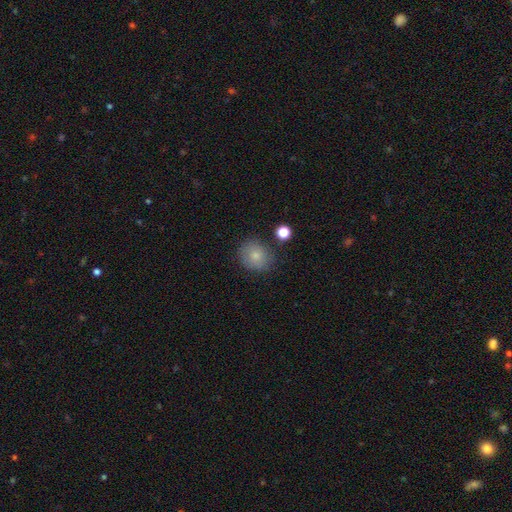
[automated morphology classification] This appears to be a smooth galaxy with no disk features (80%) that is round (76%). Merging: none (77%).